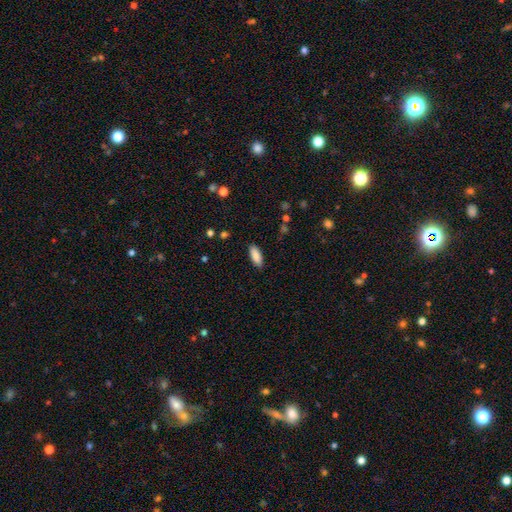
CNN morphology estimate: This appears to be a smooth galaxy with no disk features (88%) that is in between round and cigar-shaped (77%). Merging: none (88%).